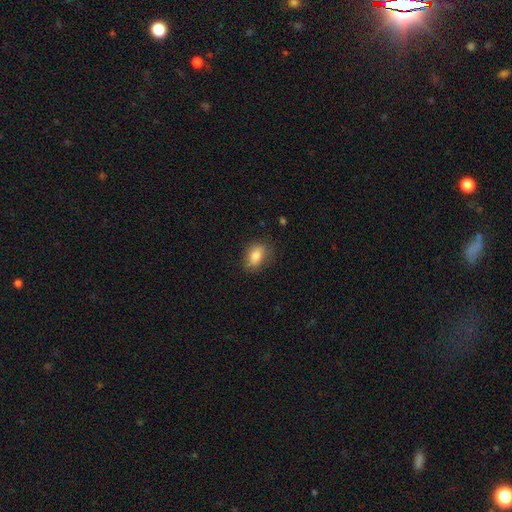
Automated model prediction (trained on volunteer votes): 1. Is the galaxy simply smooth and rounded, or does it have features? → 81% smooth, 11% featured or disk, 8% star or artifact.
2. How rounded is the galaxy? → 81% in between, 16% round, 3% cigar-shaped.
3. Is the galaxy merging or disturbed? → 77% none, 18% minor disturbance, 4% major disturbance, 1% merger.